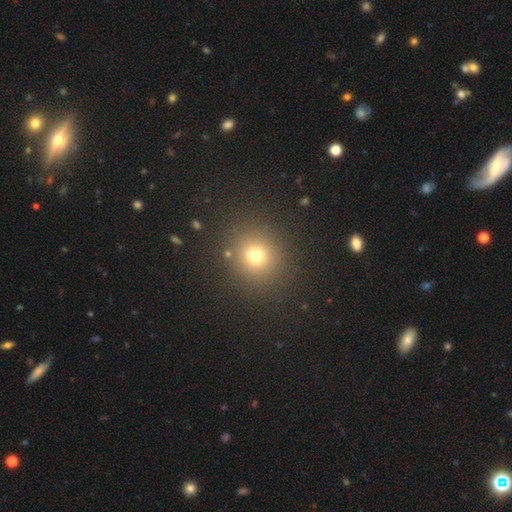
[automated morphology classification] A smooth galaxy with no disk features (72%) that is round (88%). Merging: none (88%).